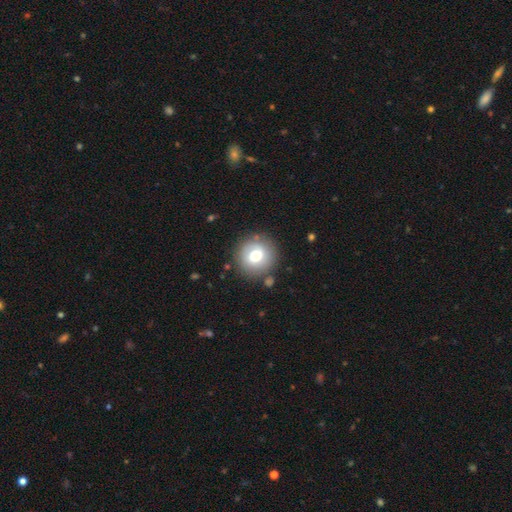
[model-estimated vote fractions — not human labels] This appears to be a smooth galaxy with no disk features (69%) that is round (92%). Merging: none (84%).